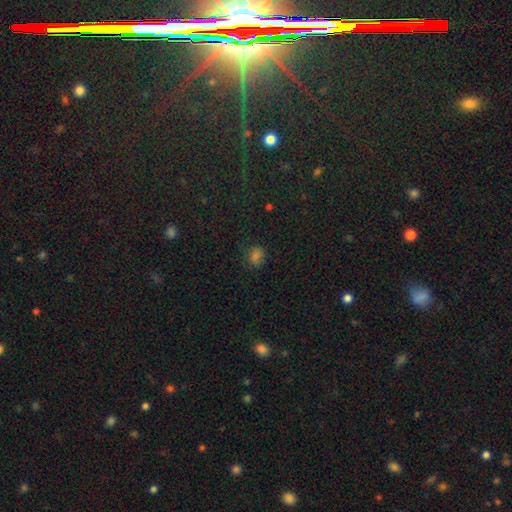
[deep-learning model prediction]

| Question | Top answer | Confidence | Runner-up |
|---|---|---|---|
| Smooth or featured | smooth | 71% | star or artifact (23%) |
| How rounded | round | 54% | in between (44%) |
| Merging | none | 80% | minor disturbance (15%) |